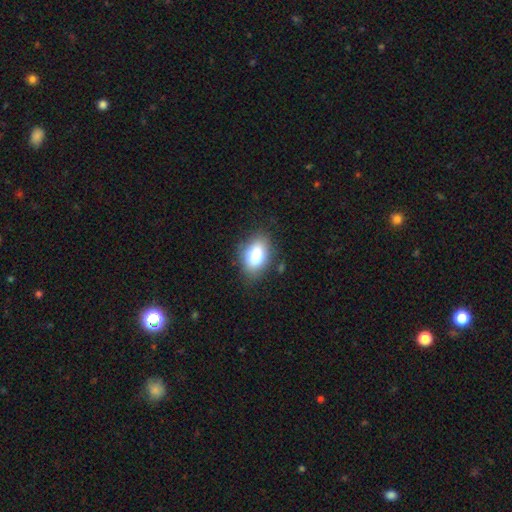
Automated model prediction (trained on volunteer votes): The model was most divided on "merging": none: 81%, minor disturbance: 14%, major disturbance: 4%, merger: 2%. More confident: how rounded — in between (83%); smooth or featured — smooth (80%).